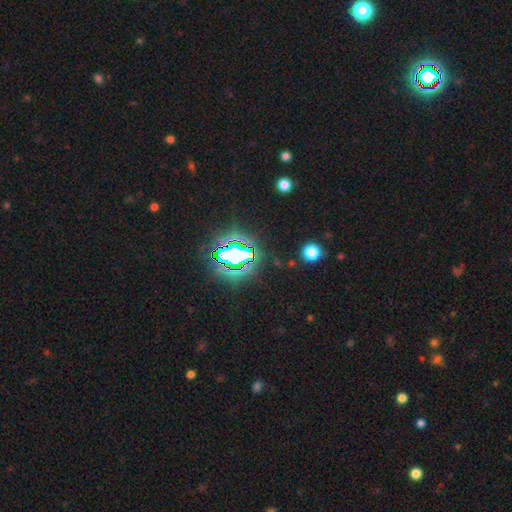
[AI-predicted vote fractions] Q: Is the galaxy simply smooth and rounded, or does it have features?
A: star or artifact — 78%.